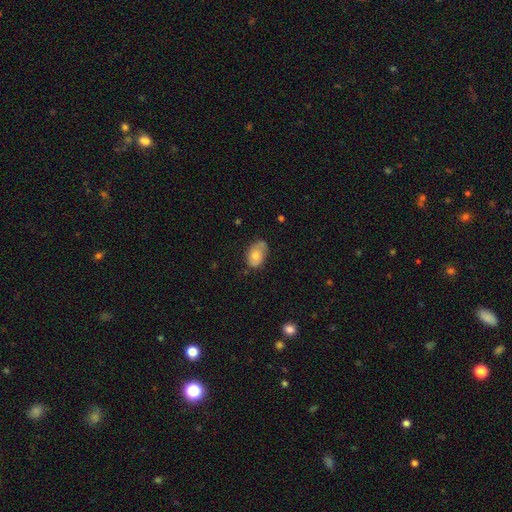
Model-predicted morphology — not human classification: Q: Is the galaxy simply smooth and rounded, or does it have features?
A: smooth — 66%.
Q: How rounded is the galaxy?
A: in between — 86%.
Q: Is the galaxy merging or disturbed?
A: none — 60%.